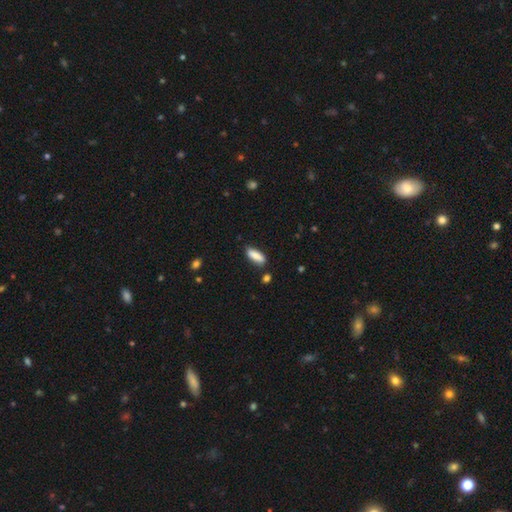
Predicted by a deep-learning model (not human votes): This appears to be a smooth galaxy with no disk features (85%) that is in between round and cigar-shaped (56%). Merging: none (80%).